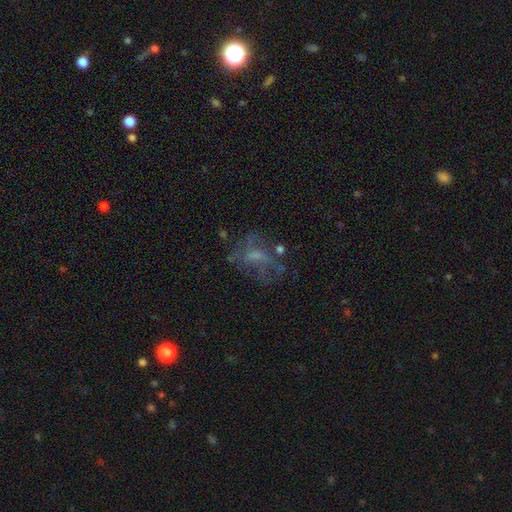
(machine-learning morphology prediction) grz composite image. It shows a featured or disk galaxy (55%) with no bar (61%), no spiral arms (64%) and no central bulge (38%). Merging: none (45%).